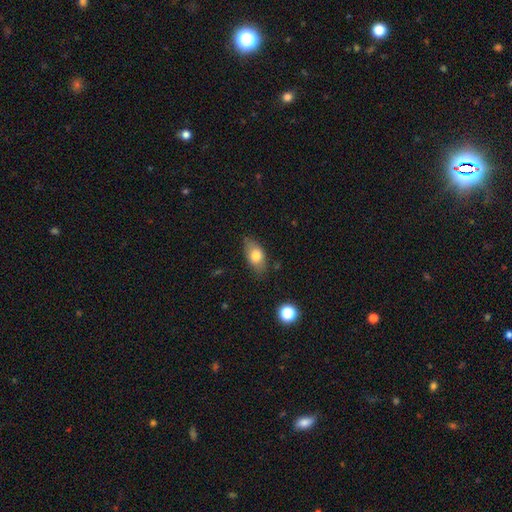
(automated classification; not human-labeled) Smooth or featured?
  - smooth: 75% *
  - featured or disk: 17%
  - star or artifact: 8%
How rounded?
  - in between: 87% *
  - round: 9%
  - cigar-shaped: 4%
Merging?
  - none: 73% *
  - minor disturbance: 21%
  - major disturbance: 5%
  - merger: 2%